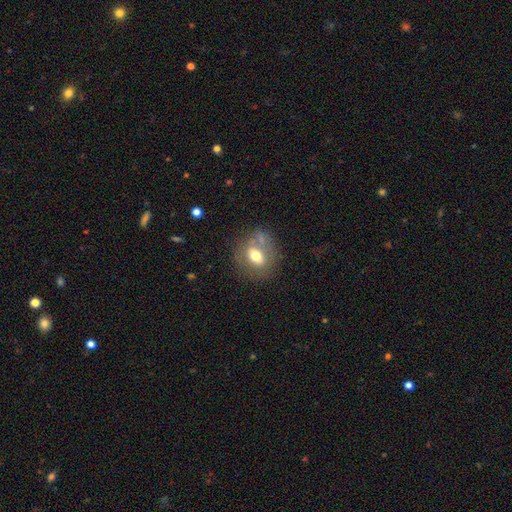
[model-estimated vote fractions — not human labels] Q: Smooth or featured?
A: smooth (60%); runner-up: featured or disk (30%)
Q: How rounded?
A: in between (49%); tied with: round (49%)
Q: Merging?
A: none (60%); runner-up: minor disturbance (21%)